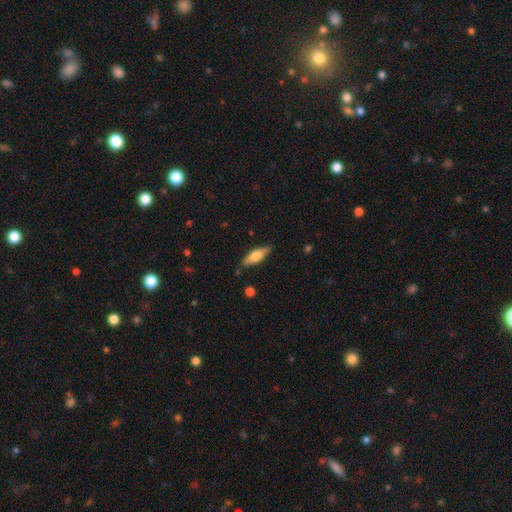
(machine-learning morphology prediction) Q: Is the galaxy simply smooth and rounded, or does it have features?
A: smooth — 56%.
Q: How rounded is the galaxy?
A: cigar-shaped — 50%.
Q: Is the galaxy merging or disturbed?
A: none — 85%.